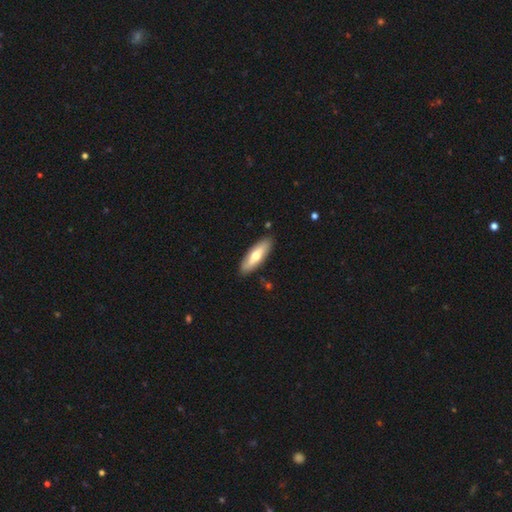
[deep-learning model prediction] This is possibly a smooth galaxy (58%). How rounded: possibly cigar-shaped (49%, tied with in between). Merging: clearly none (88%).